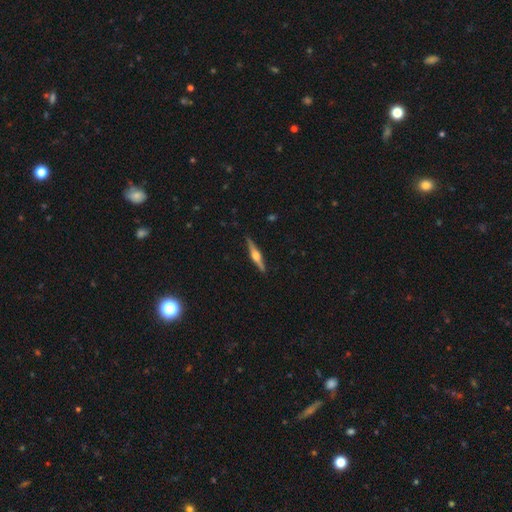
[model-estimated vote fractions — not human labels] Q: Smooth or featured?
A: featured or disk (78%); runner-up: smooth (17%)
Q: Edge-on disk?
A: yes (98%); runner-up: no (2%)
Q: Edge-on bulge?
A: rounded (93%); runner-up: boxy (5%)
Q: Merging?
A: none (91%); runner-up: minor disturbance (7%)